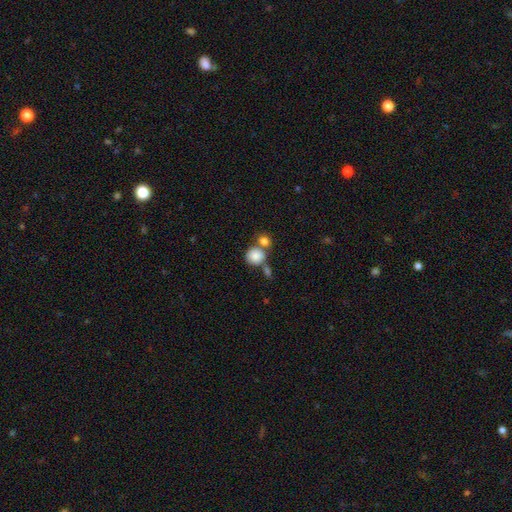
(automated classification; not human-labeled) smooth_or_featured: smooth (p=0.84) [alt: star or artifact p=0.08]
how_rounded: round (p=0.81) [alt: in between p=0.18]
merging: none (p=0.45) [alt: merger p=0.39]